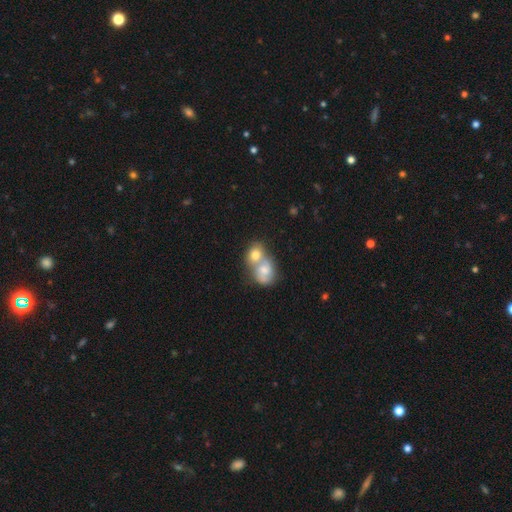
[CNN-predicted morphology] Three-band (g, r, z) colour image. It shows a smooth galaxy with no disk features (53%) that is in between round and cigar-shaped (55%). Merging: merger (50%).